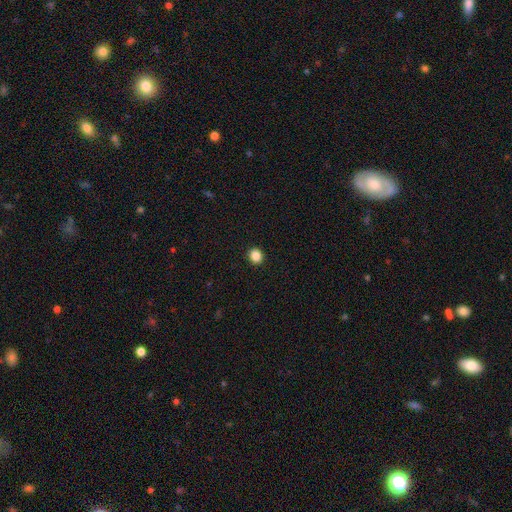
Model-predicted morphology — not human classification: Q: Smooth or featured?
A: smooth (87%); runner-up: star or artifact (10%)
Q: How rounded?
A: round (80%); runner-up: in between (19%)
Q: Merging?
A: none (93%); runner-up: minor disturbance (5%)